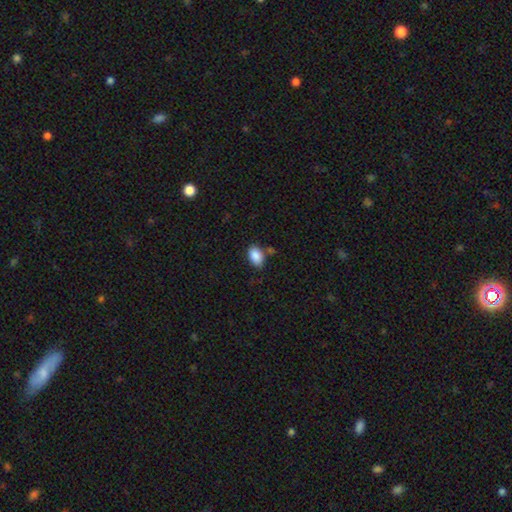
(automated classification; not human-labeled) A smooth galaxy with no disk features (88%) that is in between round and cigar-shaped (89%). Merging: none (76%).